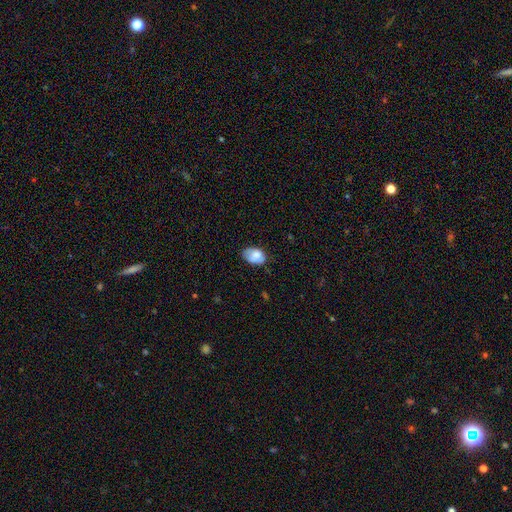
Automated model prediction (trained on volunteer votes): Smooth or featured? Predicted: smooth (p=0.77). How rounded? Predicted: in between (p=0.85). Merging? Predicted: none (p=0.56).